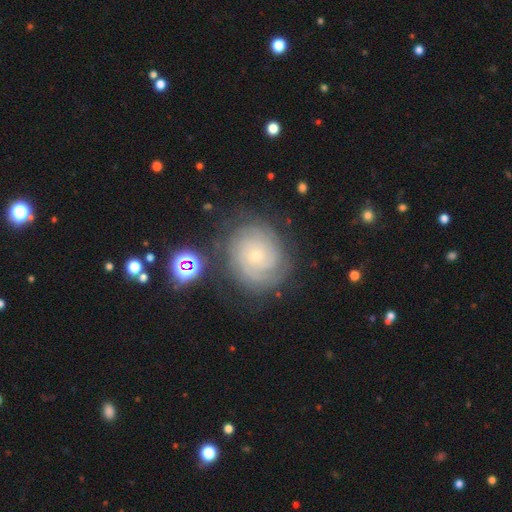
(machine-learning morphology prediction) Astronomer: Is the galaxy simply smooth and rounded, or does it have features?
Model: featured or disk — 76%.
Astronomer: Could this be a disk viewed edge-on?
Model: no — 98%.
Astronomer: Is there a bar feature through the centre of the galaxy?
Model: no — 82%.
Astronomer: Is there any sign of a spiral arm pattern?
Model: yes — 94%.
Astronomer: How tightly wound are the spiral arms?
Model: tight — 79%.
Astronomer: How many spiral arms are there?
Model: can't tell — 40% (runner-up: 2, 19%).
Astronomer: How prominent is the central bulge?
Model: small — 80%.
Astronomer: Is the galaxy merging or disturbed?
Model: none — 77%.